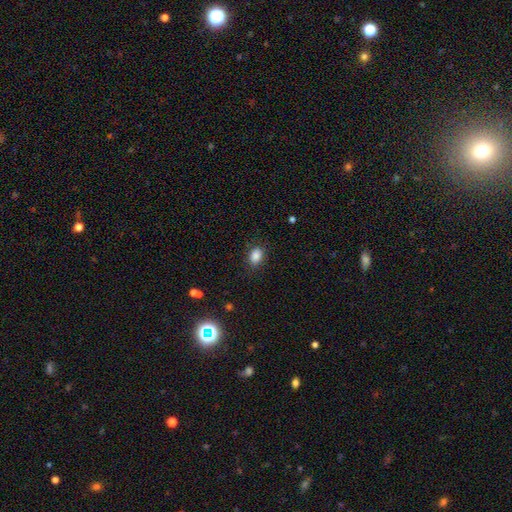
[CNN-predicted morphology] smooth-or-featured: smooth: 86% | star or artifact: 10% | featured or disk: 4%
  how-rounded: in between: 76% | round: 22% | cigar-shaped: 1%
  merging: none: 82% | minor disturbance: 13% | major disturbance: 4% | merger: 1%